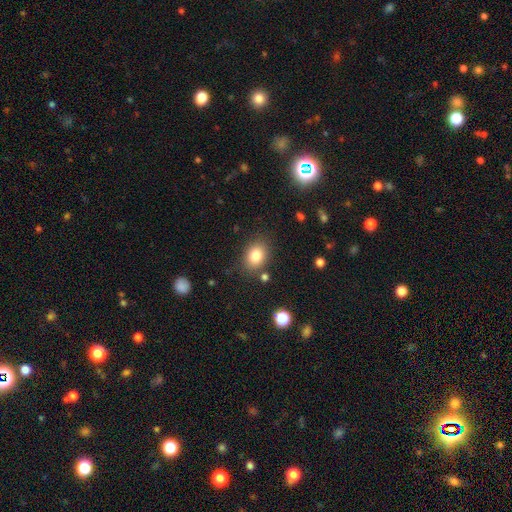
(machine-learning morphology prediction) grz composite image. It shows a smooth galaxy with no disk features (82%) that is in between round and cigar-shaped (63%). Merging: none (80%).